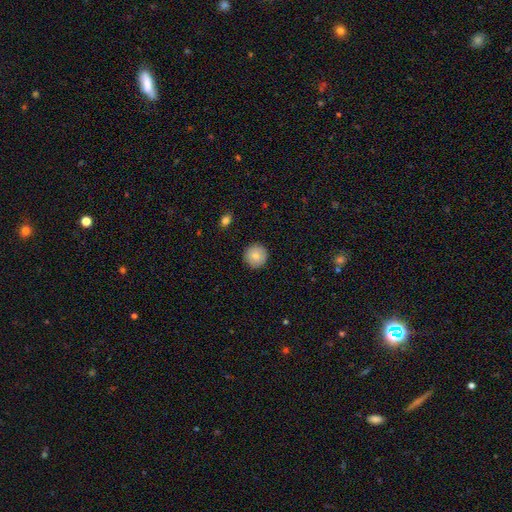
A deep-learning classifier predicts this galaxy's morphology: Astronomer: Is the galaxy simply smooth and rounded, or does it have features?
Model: smooth — 79%.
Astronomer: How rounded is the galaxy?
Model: round — 96%.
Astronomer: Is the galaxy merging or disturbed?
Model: none — 92%.